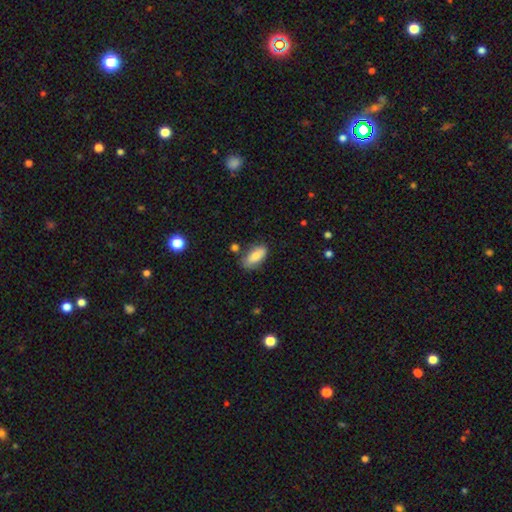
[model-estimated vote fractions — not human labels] Morphology: type=smooth (82%); roundness=in between (88%); merging=none (71%).